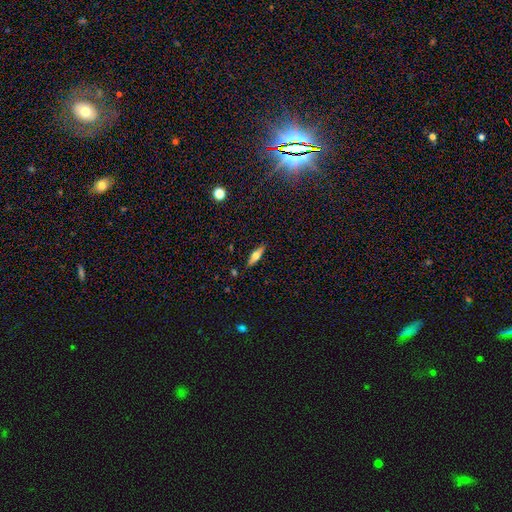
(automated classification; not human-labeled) Smooth or featured? Predicted: smooth (p=0.51). How rounded? Predicted: cigar-shaped (p=0.52). Merging? Predicted: none (p=0.88).